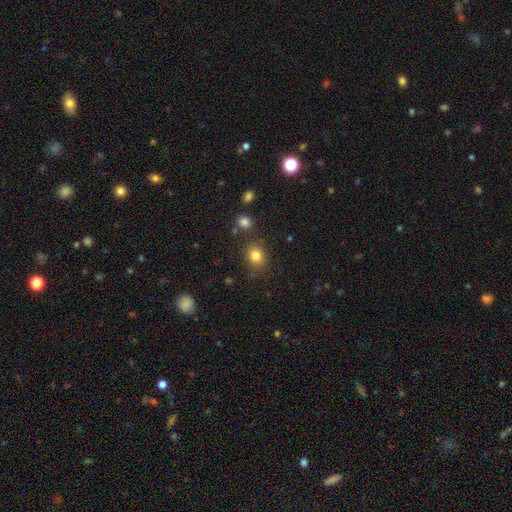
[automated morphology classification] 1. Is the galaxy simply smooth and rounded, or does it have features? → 82% smooth, 12% star or artifact, 6% featured or disk.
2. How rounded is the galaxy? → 63% round, 36% in between, 1% cigar-shaped.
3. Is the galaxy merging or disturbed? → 81% none, 10% minor disturbance, 5% merger, 4% major disturbance.